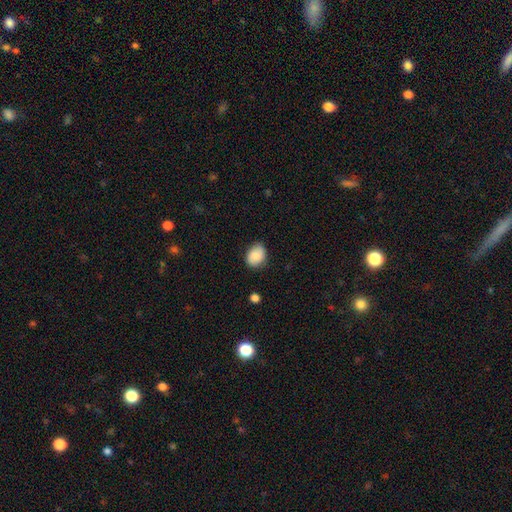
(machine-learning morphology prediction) Overall: smooth (82%). How rounded: in between (63%; round 36%). Merging: none (77%).